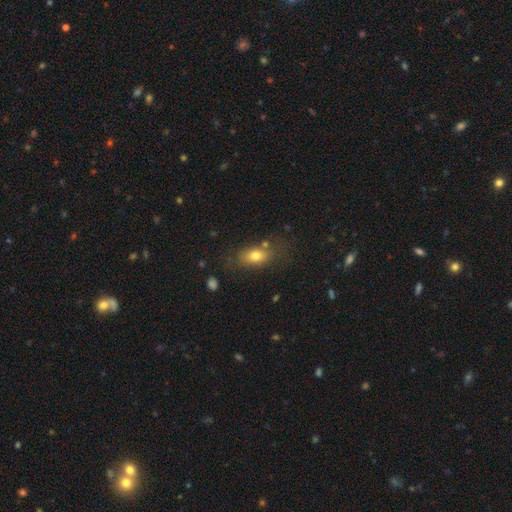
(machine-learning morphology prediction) The model was most divided on "merging": none: 68%, minor disturbance: 18%, major disturbance: 8%, merger: 6%. More confident: how rounded — in between (82%); smooth or featured — smooth (75%).